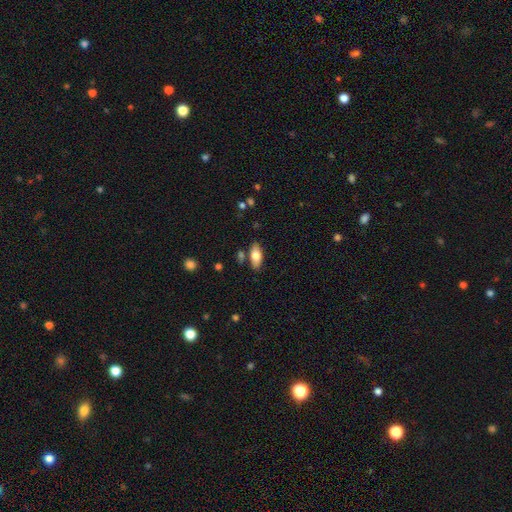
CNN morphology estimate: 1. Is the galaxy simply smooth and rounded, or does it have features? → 73% smooth, 21% featured or disk, 7% star or artifact.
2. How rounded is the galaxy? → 85% in between, 12% cigar-shaped, 3% round.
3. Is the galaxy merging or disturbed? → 79% none, 13% minor disturbance, 6% merger, 3% major disturbance.